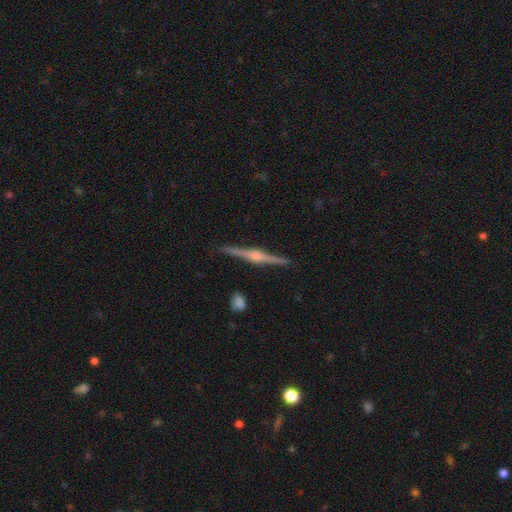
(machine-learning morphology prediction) A featured or disk galaxy (86%) viewed edge-on (99%) with a rounded central bulge (87%). Merging: none (92%).